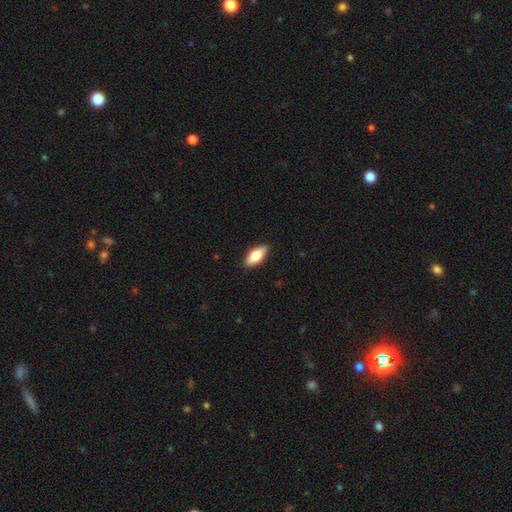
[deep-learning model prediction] This appears to be a smooth galaxy with no disk features (69%) that is in between round and cigar-shaped (79%). Merging: none (89%).